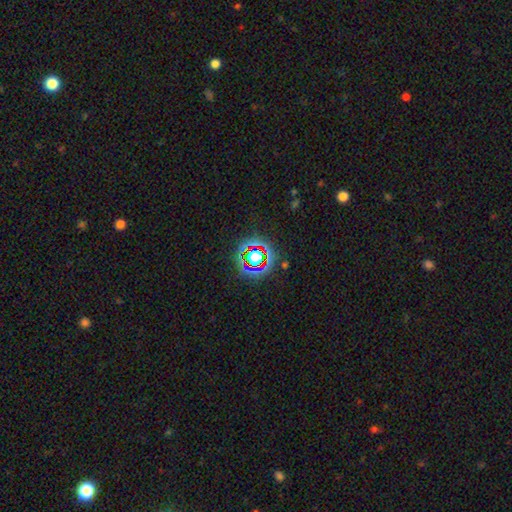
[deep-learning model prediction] This appears to be a star or artifact, not a galaxy (63%).